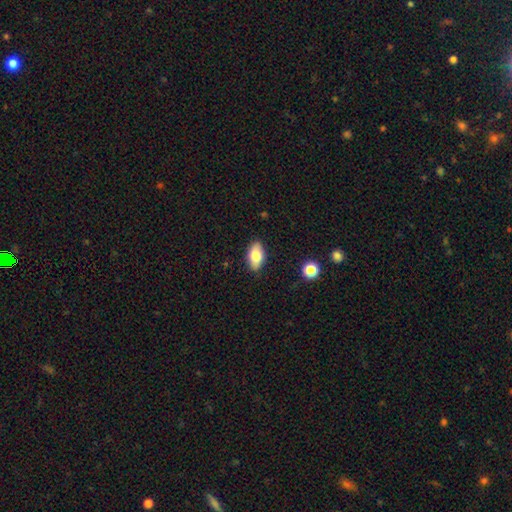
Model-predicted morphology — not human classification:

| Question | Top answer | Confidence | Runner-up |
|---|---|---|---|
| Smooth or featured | smooth | 79% | featured or disk (14%) |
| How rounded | in between | 92% | round (5%) |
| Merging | none | 87% | minor disturbance (10%) |